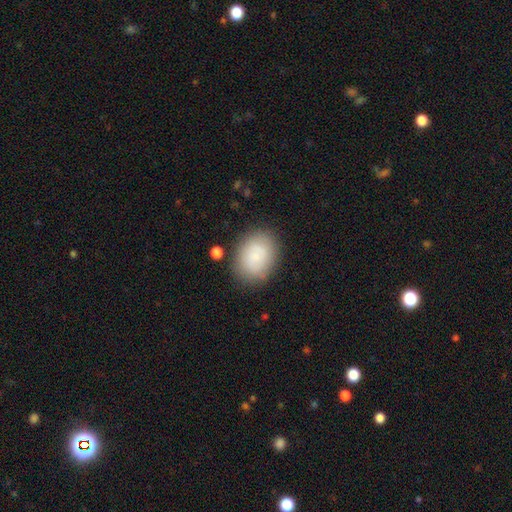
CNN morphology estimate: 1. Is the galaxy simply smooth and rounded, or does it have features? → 83% smooth, 10% featured or disk, 7% star or artifact.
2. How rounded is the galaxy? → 63% in between, 36% round, 1% cigar-shaped.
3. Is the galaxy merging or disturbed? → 79% none, 14% minor disturbance, 4% major disturbance, 3% merger.